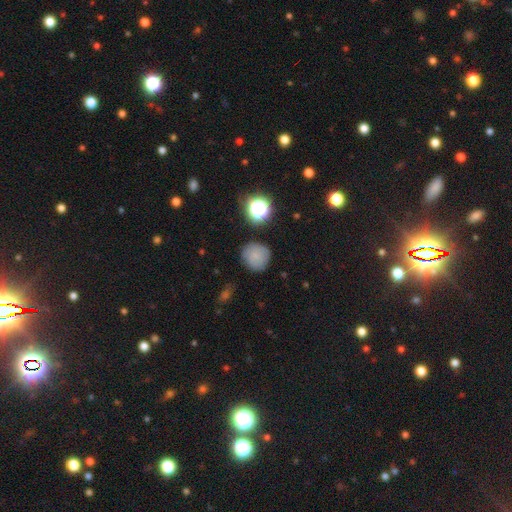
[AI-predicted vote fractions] smooth-or-featured: smooth: 72% | star or artifact: 14% | featured or disk: 13%
  how-rounded: round: 90% | in between: 9% | cigar-shaped: 1%
  merging: none: 77% | minor disturbance: 15% | major disturbance: 5% | merger: 3%